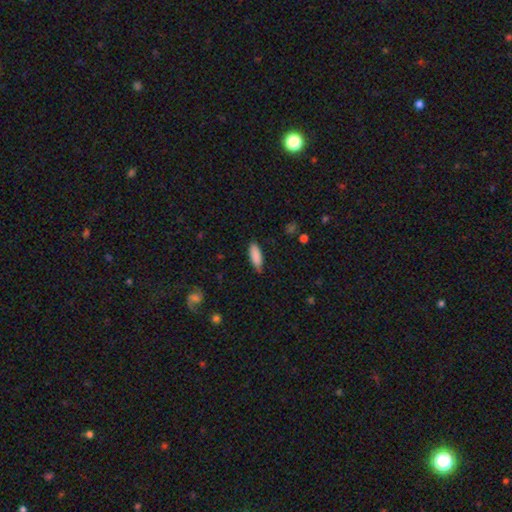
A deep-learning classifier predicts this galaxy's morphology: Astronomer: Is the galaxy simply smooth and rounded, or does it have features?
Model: smooth — 89%.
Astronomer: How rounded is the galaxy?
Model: in between — 69%.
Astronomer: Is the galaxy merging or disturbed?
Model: none — 80%.